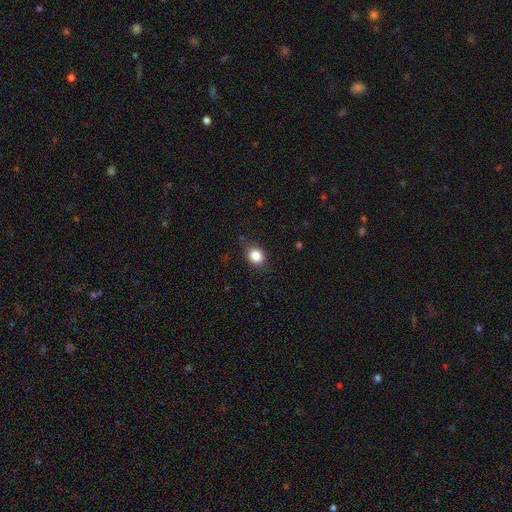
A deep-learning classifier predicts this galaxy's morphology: smooth-or-featured: smooth: 84% | star or artifact: 10% | featured or disk: 6%
  how-rounded: in between: 52% | round: 47% | cigar-shaped: 1%
  merging: none: 82% | minor disturbance: 14% | major disturbance: 3% | merger: 1%